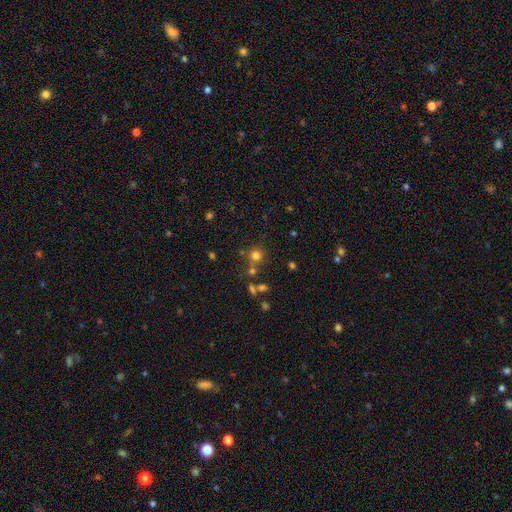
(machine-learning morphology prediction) This is likely a smooth galaxy (72%). How rounded: clearly round (91%). Merging: likely none (69%).